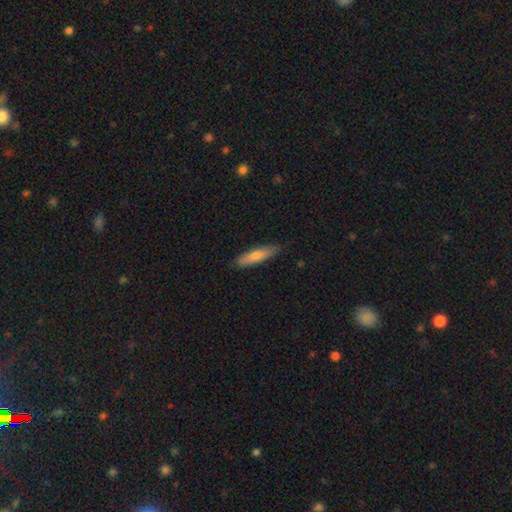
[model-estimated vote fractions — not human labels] smooth 71%, featured or disk 23%, star or artifact 6%. Down the decision tree: how rounded — cigar-shaped (78%); merging — none (85%).